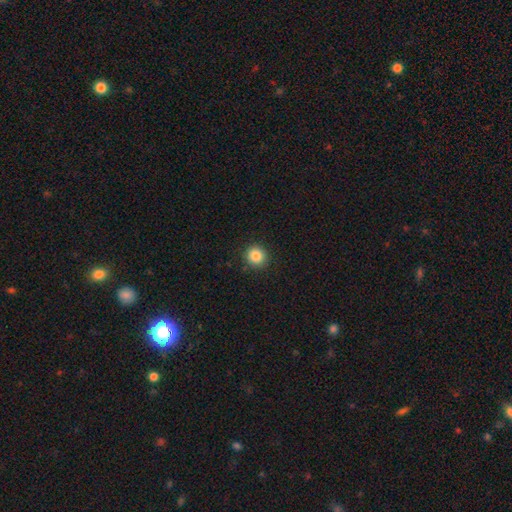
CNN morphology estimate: smooth_or_featured: smooth (p=0.85) [alt: star or artifact p=0.10]
how_rounded: round (p=0.90) [alt: in between p=0.09]
merging: none (p=0.91) [alt: minor disturbance p=0.06]